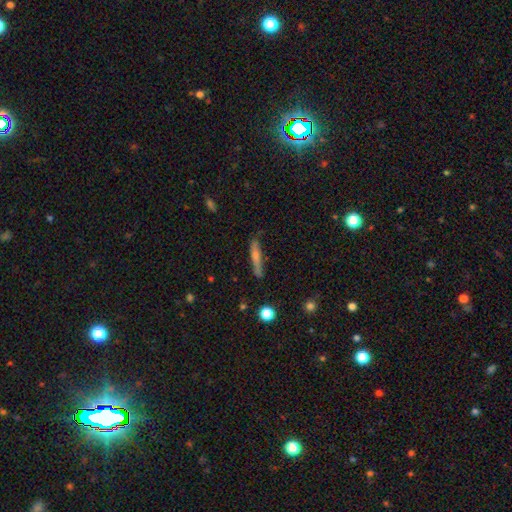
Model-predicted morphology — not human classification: Smooth or featured: smooth — 49% (featured or disk — 42%)
Merging: none — 79% (minor disturbance — 16%)